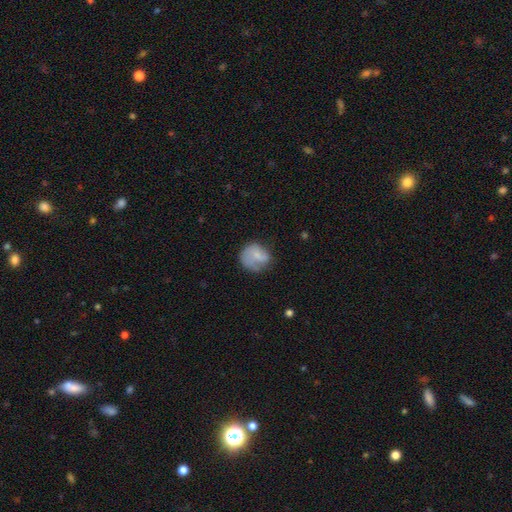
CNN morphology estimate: A smooth galaxy with no disk features (63%) that is round (73%). Merging: none (46%).